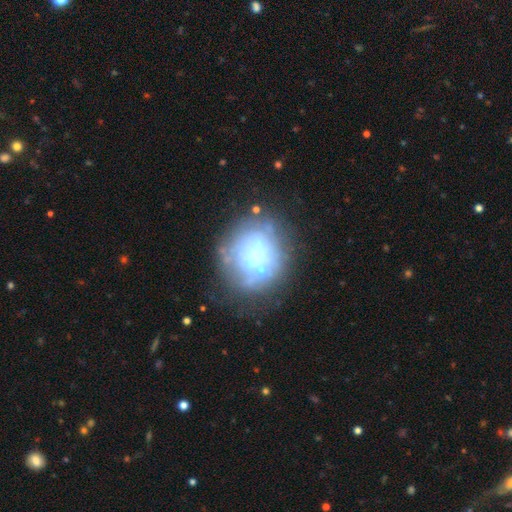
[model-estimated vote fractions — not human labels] smooth_or_featured: featured or disk (p=0.51) [alt: smooth p=0.35]
disk_edge_on: no (p=0.96) [alt: yes p=0.04]
merging: none (p=0.50) [alt: minor disturbance p=0.19]